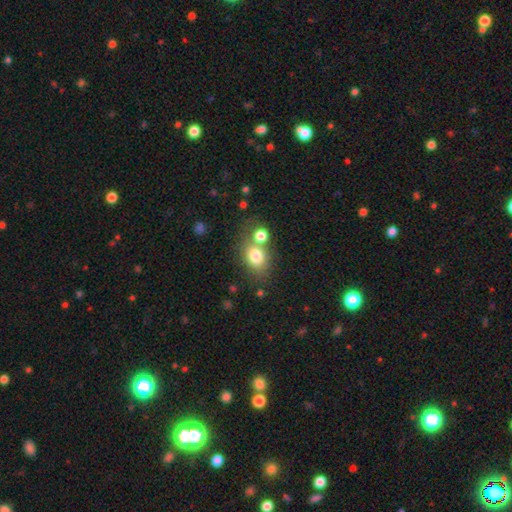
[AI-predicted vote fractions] Q: Smooth or featured?
A: smooth (78%); runner-up: featured or disk (11%)
Q: How rounded?
A: in between (51%); runner-up: round (48%)
Q: Merging?
A: none (53%); runner-up: merger (28%)